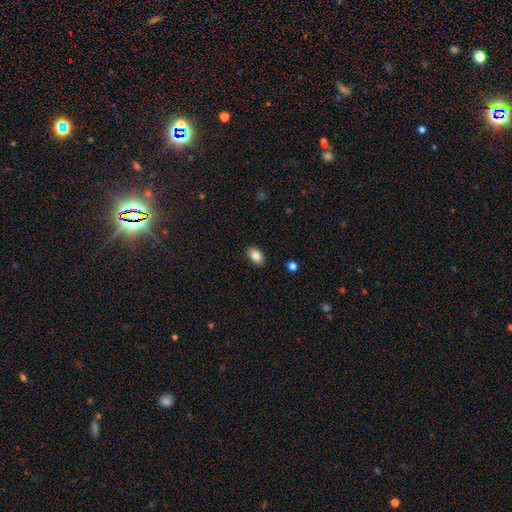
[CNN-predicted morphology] Smooth or featured?
  - smooth: 86% *
  - star or artifact: 8%
  - featured or disk: 6%
How rounded?
  - in between: 91% *
  - round: 8%
  - cigar-shaped: 1%
Merging?
  - none: 89% *
  - minor disturbance: 8%
  - major disturbance: 2%
  - merger: 1%